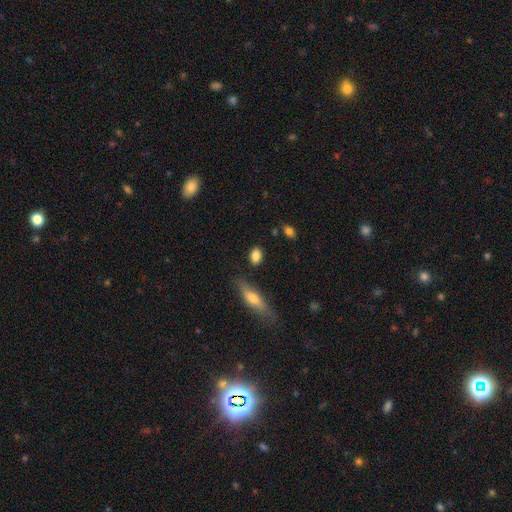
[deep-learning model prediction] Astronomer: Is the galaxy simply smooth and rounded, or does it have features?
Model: smooth — 84%.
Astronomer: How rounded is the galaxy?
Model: in between — 78%.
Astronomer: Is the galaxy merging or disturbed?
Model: none — 82%.